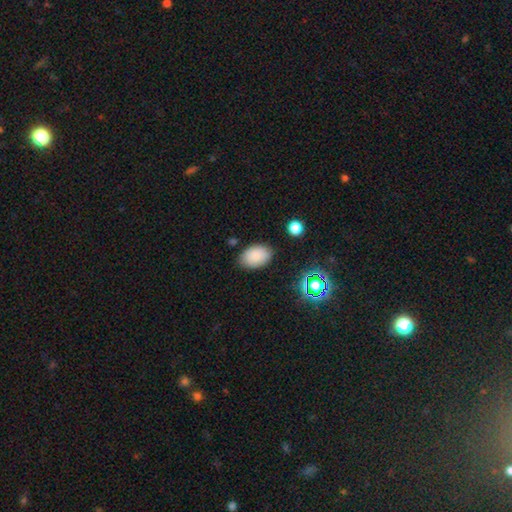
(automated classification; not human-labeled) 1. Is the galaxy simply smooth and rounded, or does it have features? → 85% smooth, 9% star or artifact, 6% featured or disk.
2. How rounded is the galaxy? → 89% in between, 10% round, 1% cigar-shaped.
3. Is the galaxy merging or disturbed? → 82% none, 13% minor disturbance, 3% major disturbance, 2% merger.